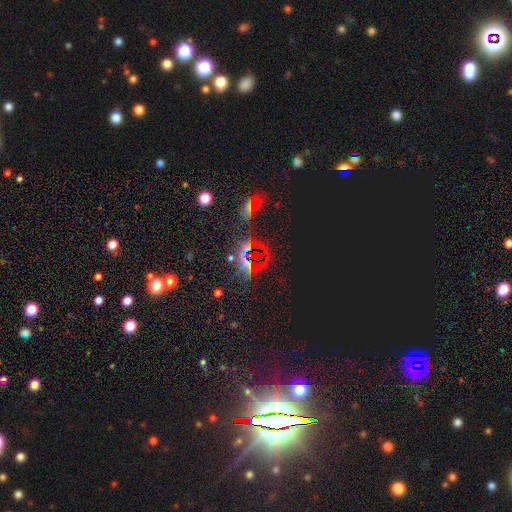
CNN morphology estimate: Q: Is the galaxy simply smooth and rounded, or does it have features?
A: star or artifact — 78%.